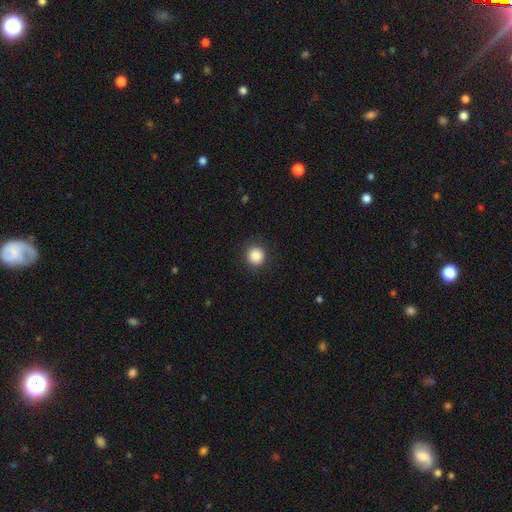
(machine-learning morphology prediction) Smooth or featured? Predicted: smooth (p=0.87). How rounded? Predicted: round (p=0.93). Merging? Predicted: none (p=0.91).